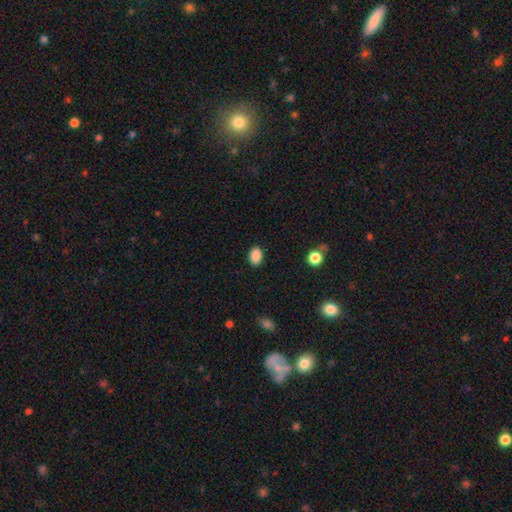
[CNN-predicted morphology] smooth-or-featured: smooth: 89% | star or artifact: 9% | featured or disk: 3%
  how-rounded: in between: 78% | round: 21% | cigar-shaped: 1%
  merging: none: 88% | minor disturbance: 9% | major disturbance: 2% | merger: 1%